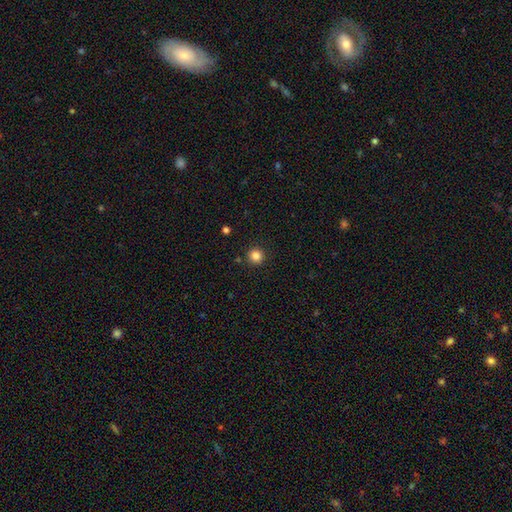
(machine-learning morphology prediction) smooth_or_featured: smooth (p=0.84) [alt: star or artifact p=0.12]
how_rounded: round (p=0.94) [alt: in between p=0.05]
merging: none (p=0.91) [alt: minor disturbance p=0.05]